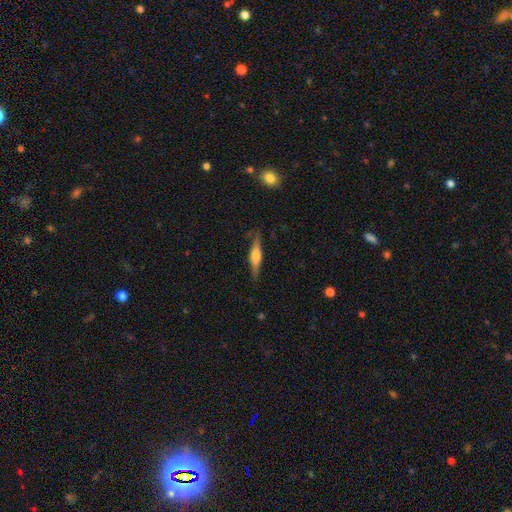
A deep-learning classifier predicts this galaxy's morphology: Smooth or featured? featured or disk (57%)
Edge-on disk? yes (95%)
Edge-on bulge? rounded (81%)
Merging? none (82%)